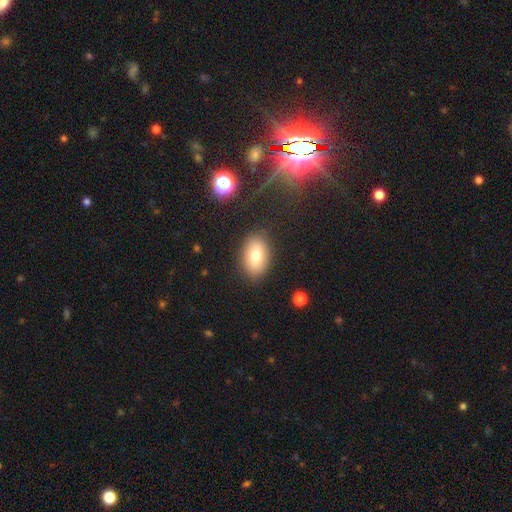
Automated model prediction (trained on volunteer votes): This appears to be a smooth galaxy with no disk features (75%) that is in between round and cigar-shaped (87%). Merging: none (85%).